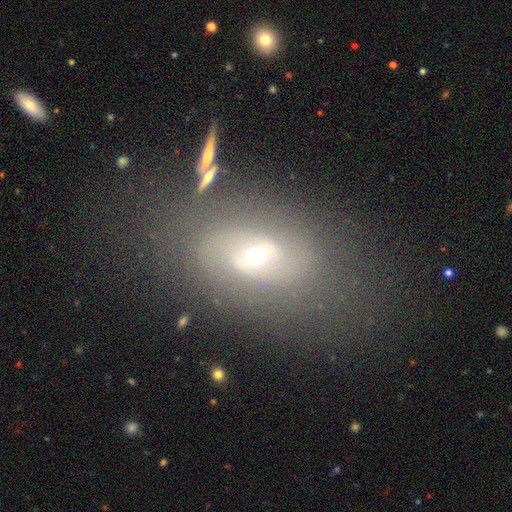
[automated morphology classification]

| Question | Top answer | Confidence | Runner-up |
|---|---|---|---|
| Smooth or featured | featured or disk | 60% | smooth (27%) |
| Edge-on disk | no | 91% | yes (9%) |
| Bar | no | 44% | weak (40%) |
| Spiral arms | yes | 65% | no (35%) |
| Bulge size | small | 63% | moderate (32%) |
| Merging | none | 64% | minor disturbance (18%) |